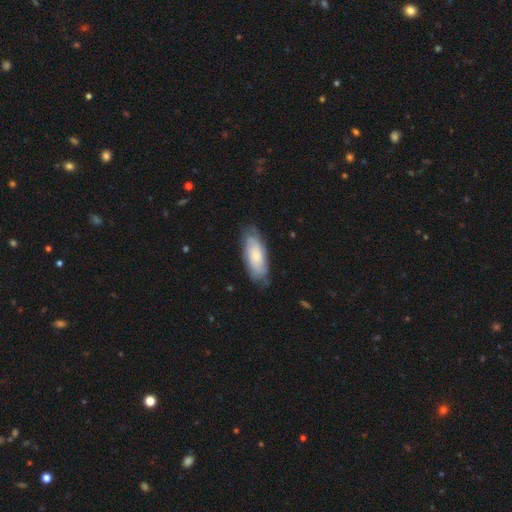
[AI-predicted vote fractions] Overall: smooth (58%; featured or disk 36%). How rounded: in between (76%). Merging: none (70%).